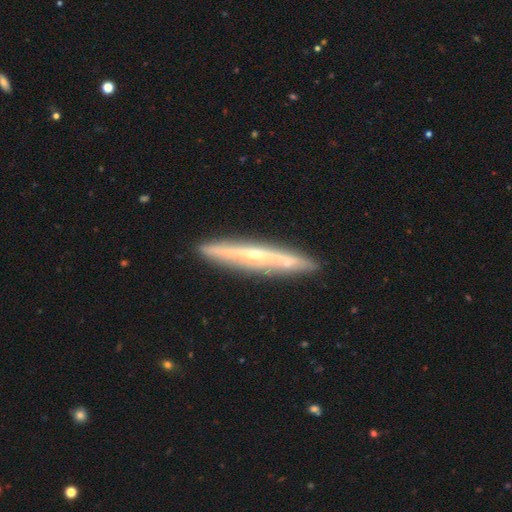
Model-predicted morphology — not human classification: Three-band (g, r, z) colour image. It shows a featured or disk galaxy (75%) viewed edge-on (93%) with a rounded central bulge (61%). Merging: none (88%).